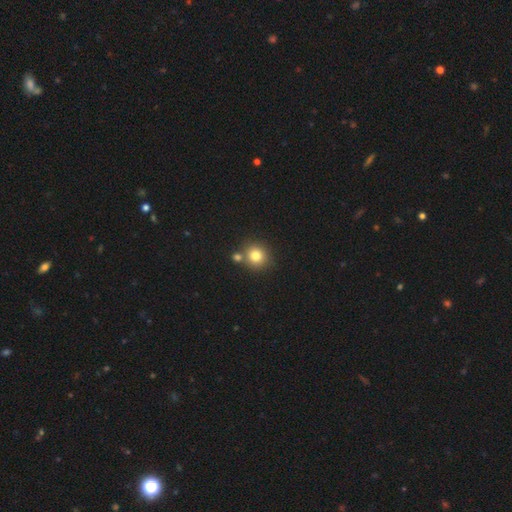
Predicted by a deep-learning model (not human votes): smooth_or_featured: smooth (p=0.80) [alt: star or artifact p=0.12]
how_rounded: round (p=0.89) [alt: in between p=0.10]
merging: none (p=0.69) [alt: merger p=0.20]